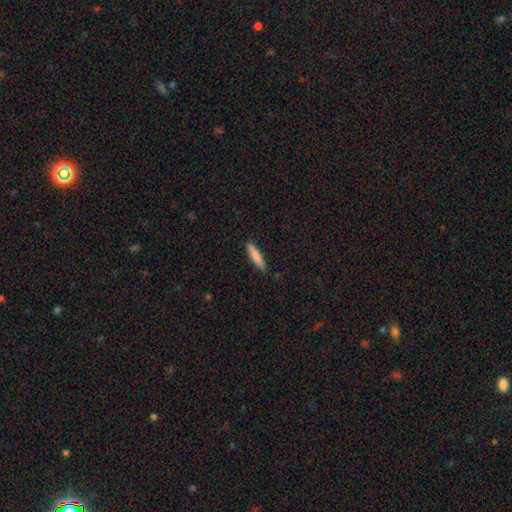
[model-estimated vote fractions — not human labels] smooth_or_featured: smooth (p=0.82) [alt: featured or disk p=0.12]
how_rounded: cigar-shaped (p=0.84) [alt: in between p=0.14]
merging: none (p=0.85) [alt: minor disturbance p=0.11]